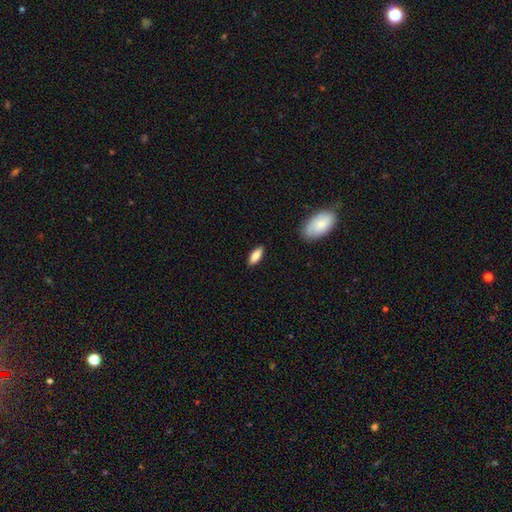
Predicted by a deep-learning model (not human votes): This is clearly a smooth galaxy (86%). How rounded: likely in between (79%). Merging: clearly none (86%).